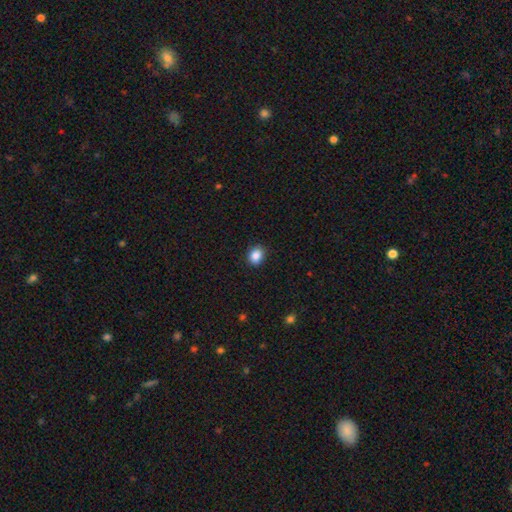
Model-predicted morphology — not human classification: smooth 87%, star or artifact 9%, featured or disk 4%. Down the decision tree: how rounded — round (51%); merging — none (90%).